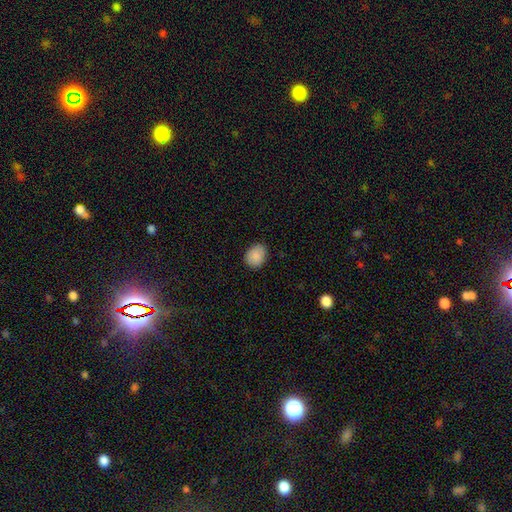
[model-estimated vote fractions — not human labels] Smooth or featured? smooth (89%)
How rounded? round (52%)
Merging? none (86%)